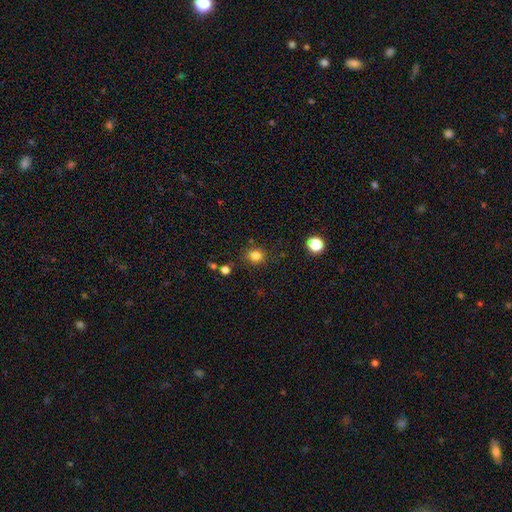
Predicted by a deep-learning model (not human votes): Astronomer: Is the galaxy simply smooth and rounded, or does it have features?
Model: smooth — 82%.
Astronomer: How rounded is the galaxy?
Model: round — 76%.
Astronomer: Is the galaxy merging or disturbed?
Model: none — 83%.